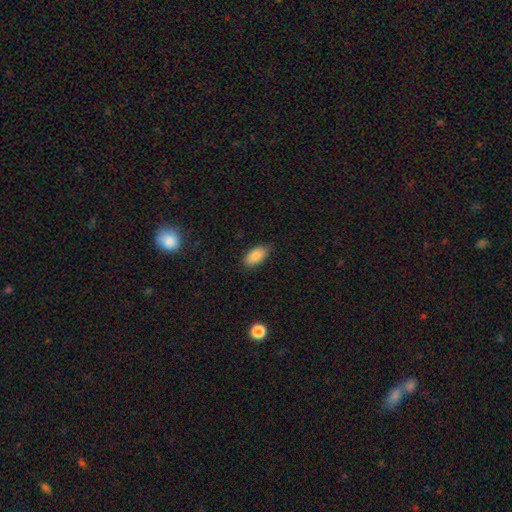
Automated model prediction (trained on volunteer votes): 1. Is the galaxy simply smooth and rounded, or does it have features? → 86% smooth, 7% star or artifact, 7% featured or disk.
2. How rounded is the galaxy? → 92% in between, 5% cigar-shaped, 3% round.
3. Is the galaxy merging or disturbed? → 81% none, 15% minor disturbance, 3% major disturbance, 1% merger.